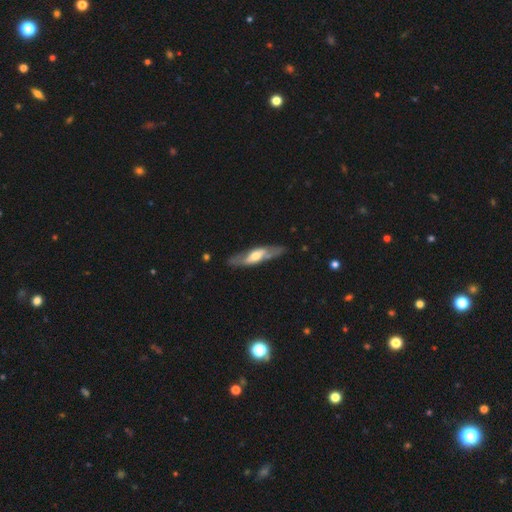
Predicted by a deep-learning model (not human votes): Smooth or featured? featured or disk (62%)
Edge-on disk? yes (50%, tied with no)
Merging? none (76%)